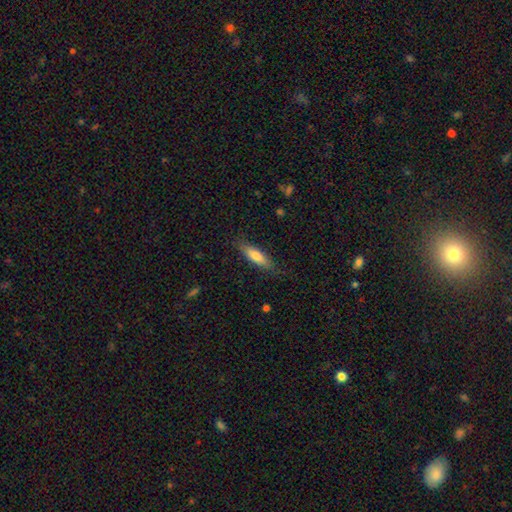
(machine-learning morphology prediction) Smooth or featured? smooth (72%)
How rounded? cigar-shaped (58%)
Merging? none (81%)